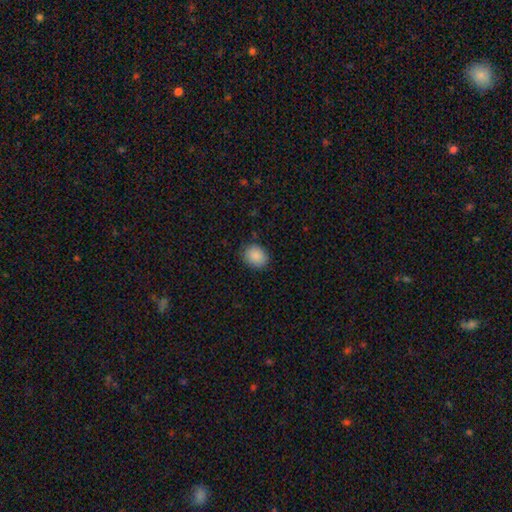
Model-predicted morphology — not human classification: This appears to be a smooth galaxy with no disk features (89%) that is round (58%). Merging: none (86%).